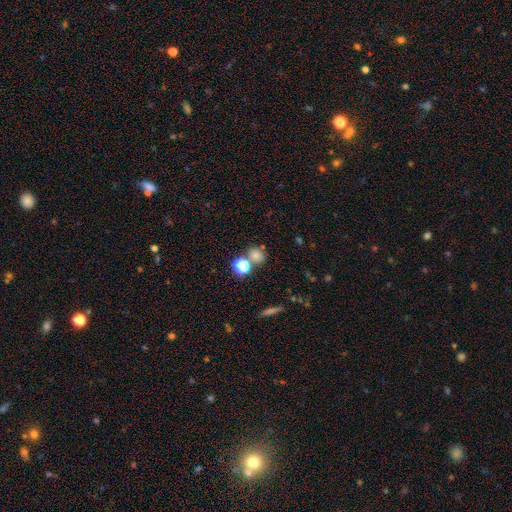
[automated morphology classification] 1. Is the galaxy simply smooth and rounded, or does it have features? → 70% smooth, 21% star or artifact, 8% featured or disk.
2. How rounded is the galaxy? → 79% round, 20% in between, 1% cigar-shaped.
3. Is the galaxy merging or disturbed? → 67% none, 20% merger, 9% minor disturbance, 3% major disturbance.